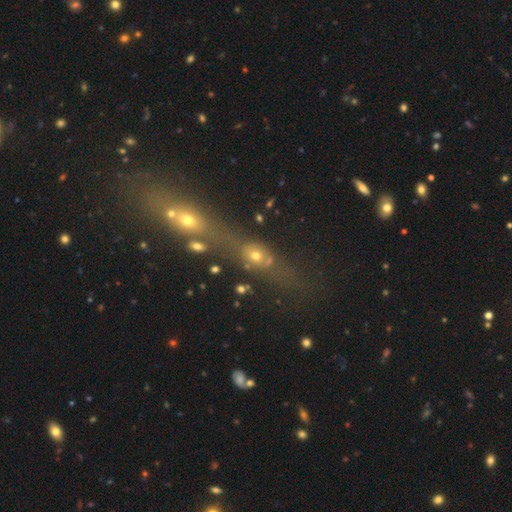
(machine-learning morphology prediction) A smooth galaxy with no disk features (41%). Merging: merger (55%).